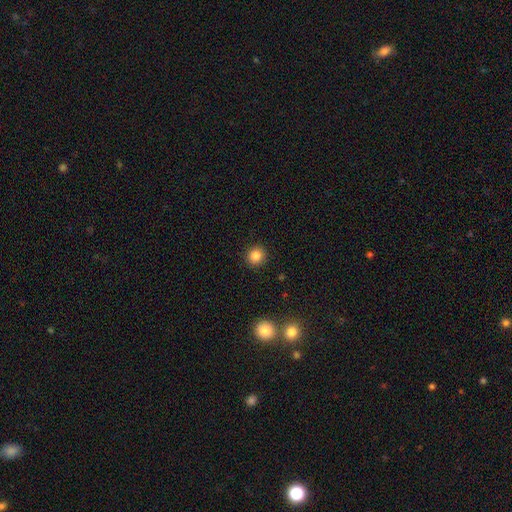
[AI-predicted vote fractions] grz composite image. It shows a smooth galaxy with no disk features (84%) that is round (91%). Merging: none (92%).